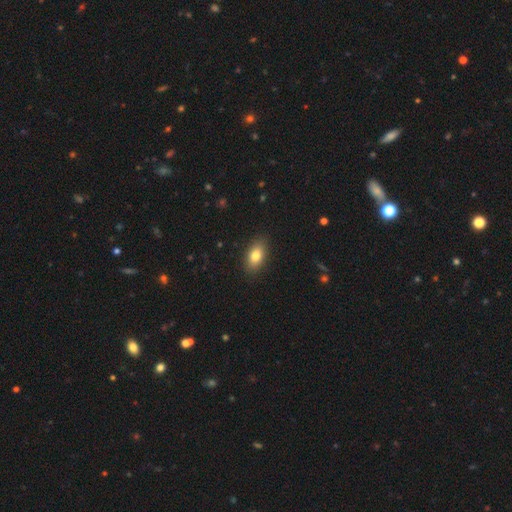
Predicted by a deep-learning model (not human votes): Q: Smooth or featured?
A: smooth (80%); runner-up: featured or disk (11%)
Q: How rounded?
A: in between (88%); runner-up: round (8%)
Q: Merging?
A: none (87%); runner-up: minor disturbance (9%)